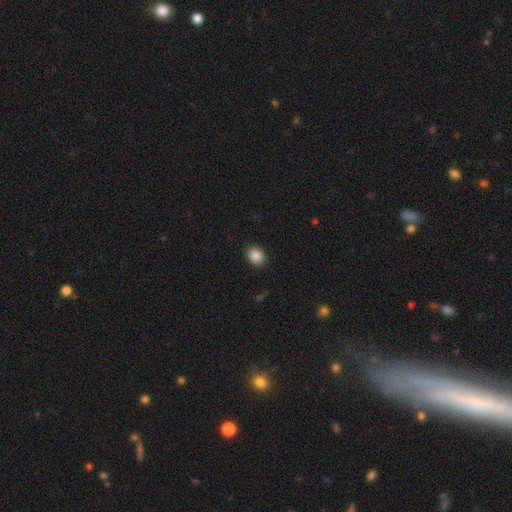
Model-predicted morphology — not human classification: smooth 88%, star or artifact 9%, featured or disk 3%. Down the decision tree: how rounded — in between (55%); merging — none (90%).